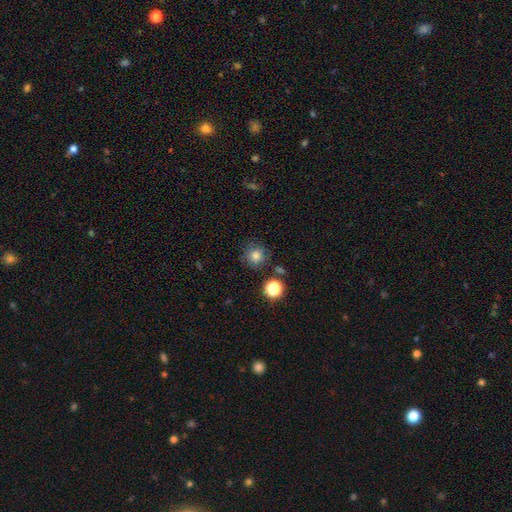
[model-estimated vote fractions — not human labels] The model was most divided on "smooth or featured": smooth: 79%, star or artifact: 14%, featured or disk: 7%. More confident: how rounded — round (90%); merging — none (79%).